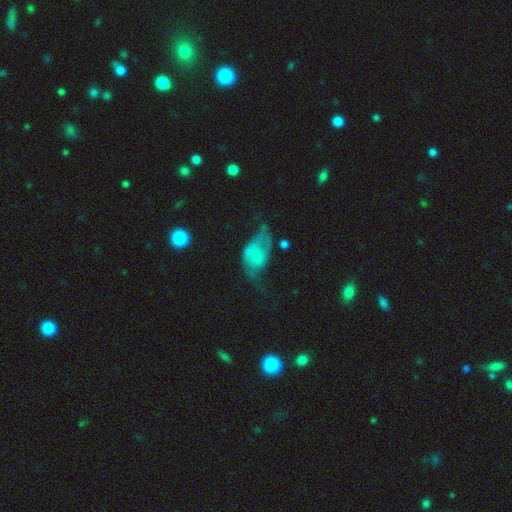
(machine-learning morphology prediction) Smooth or featured? featured or disk (64%)
Edge-on disk? no (95%)
Bar? no (73%)
Spiral arms? yes (75%)
Bulge size? small (60%)
Merging? major disturbance (40%)